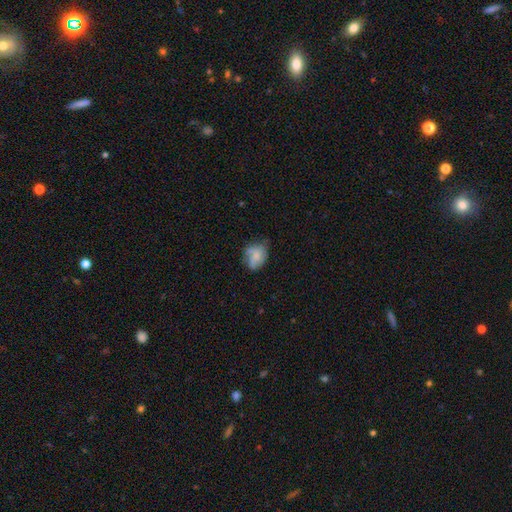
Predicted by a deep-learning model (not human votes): Smooth or featured?
  - smooth: 52% *
  - featured or disk: 39%
  - star or artifact: 9%
How rounded?
  - in between: 59% *
  - round: 40%
  - cigar-shaped: 1%
Merging?
  - none: 50% *
  - minor disturbance: 30%
  - major disturbance: 18%
  - merger: 3%